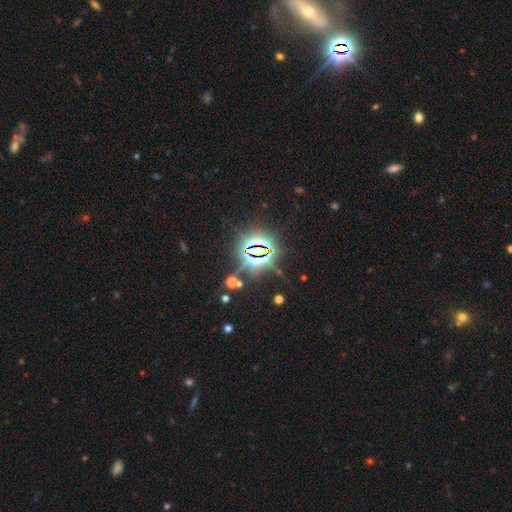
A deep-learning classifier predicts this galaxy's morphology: Smooth or featured? Predicted: star or artifact (p=0.83).